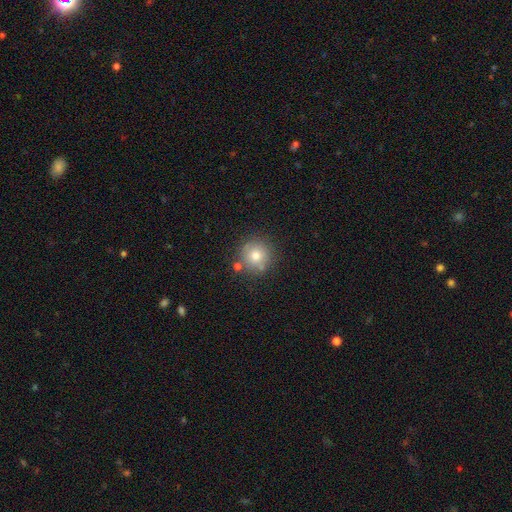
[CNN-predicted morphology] Overall: smooth (75%). How rounded: round (94%). Merging: none (78%).